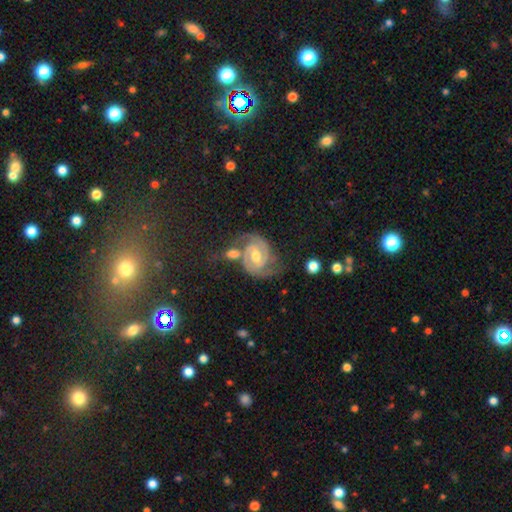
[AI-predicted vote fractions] The model was most divided on "bar": weak: 45%, no: 39%, strong: 16%. More confident: edge-on disk — no (98%); spiral arms — yes (96%); spiral arm count — 2 (87%); smooth or featured — featured or disk (86%); bulge size — moderate (75%); merging — none (55%); spiral winding — tight (52%).